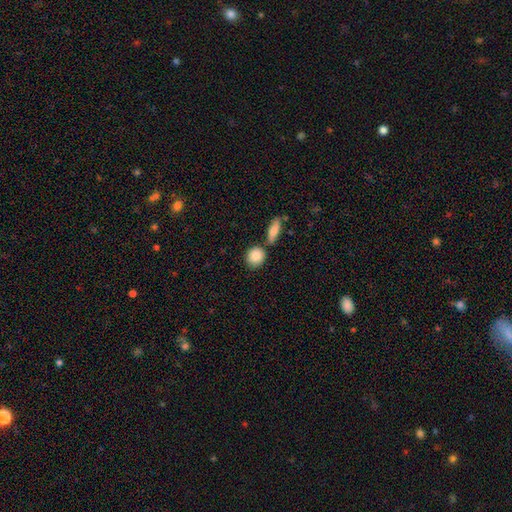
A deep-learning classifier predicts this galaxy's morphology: smooth_or_featured: smooth (p=0.88) [alt: star or artifact p=0.07]
how_rounded: round (p=0.76) [alt: in between p=0.22]
merging: none (p=0.72) [alt: merger p=0.14]